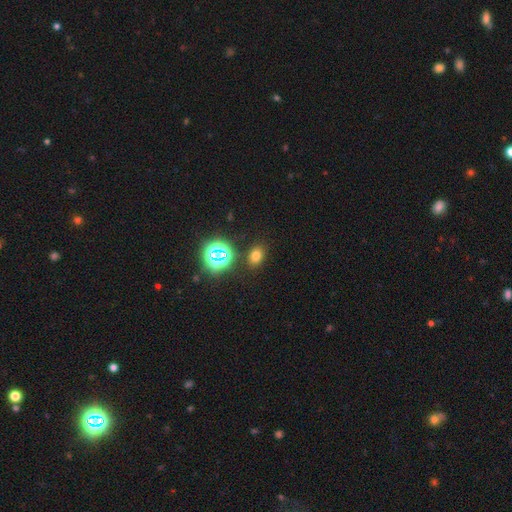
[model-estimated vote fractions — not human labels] Smooth or featured?
  - smooth: 67% *
  - star or artifact: 26%
  - featured or disk: 8%
How rounded?
  - in between: 68% *
  - round: 31%
  - cigar-shaped: 1%
Merging?
  - none: 84% *
  - minor disturbance: 9%
  - merger: 4%
  - major disturbance: 3%